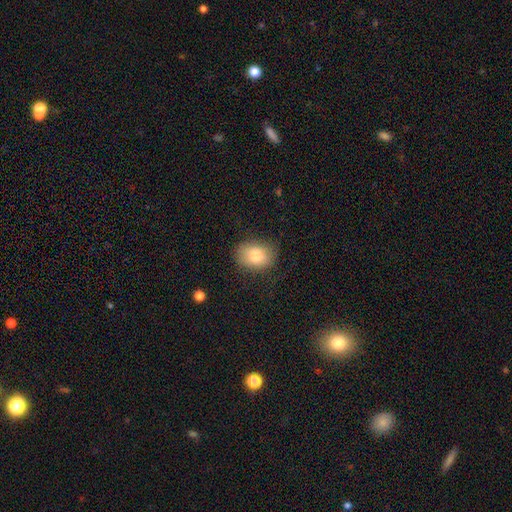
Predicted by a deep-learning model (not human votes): A smooth galaxy with no disk features (83%) that is in between round and cigar-shaped (71%). Merging: none (67%).